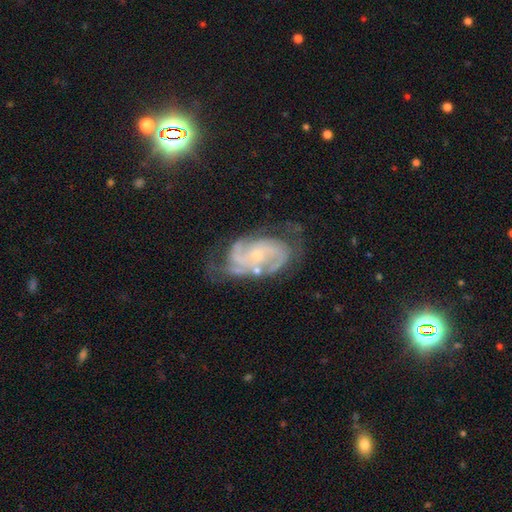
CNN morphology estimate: A featured or disk galaxy (87%) with no bar (68%), 2 (39%) tight (53%) spiral arms (96%) and a small central bulge (77%). Merging: none (58%).